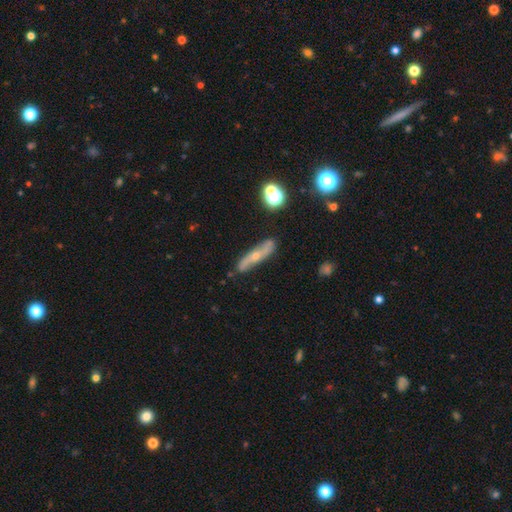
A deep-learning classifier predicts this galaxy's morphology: A featured or disk galaxy (60%) viewed edge-on (54%).

Vote fractions:
- Smooth or featured? featured or disk: 60% / smooth: 32% / star or artifact: 8%
- Edge-on disk? yes: 54% / no: 46%
- Merging? none: 78% / minor disturbance: 16% / major disturbance: 4% / merger: 2%